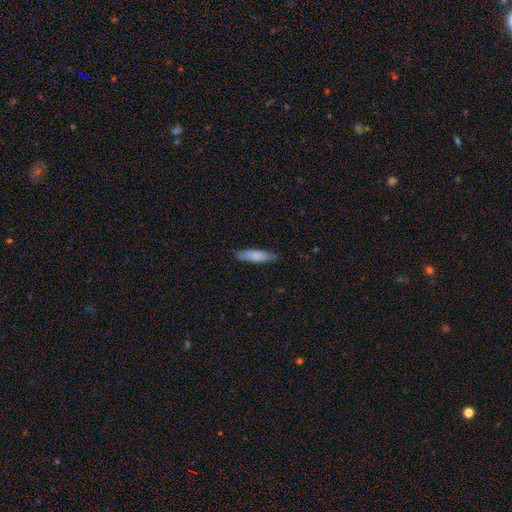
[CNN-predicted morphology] A smooth galaxy with no disk features (81%) that is cigar-shaped (69%).

Vote fractions:
- Smooth or featured? smooth: 81% / featured or disk: 14% / star or artifact: 5%
- How rounded? cigar-shaped: 69% / in between: 29% / round: 1%
- Merging? none: 85% / minor disturbance: 12% / major disturbance: 2% / merger: 1%